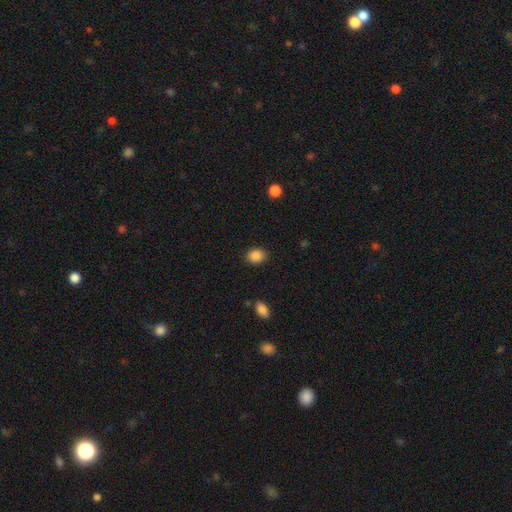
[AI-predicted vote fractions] smooth 88%, star or artifact 9%, featured or disk 3%. Down the decision tree: how rounded — round (50%); merging — none (88%).